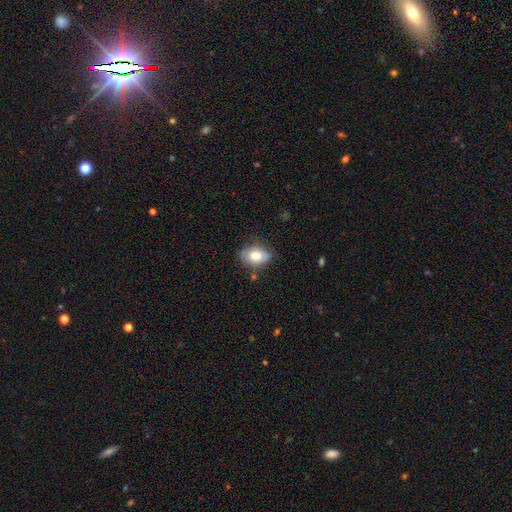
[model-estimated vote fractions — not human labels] Overall: smooth (75%). How rounded: in between (83%). Merging: none (67%).